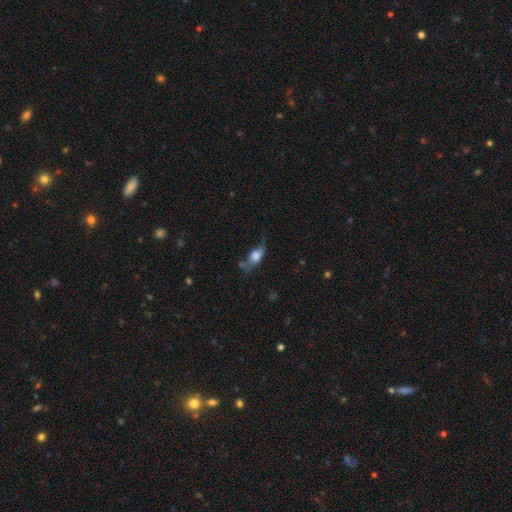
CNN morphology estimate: This appears to be a smooth galaxy with no disk features (62%) that is in between round and cigar-shaped (76%). Merging: none (42%).